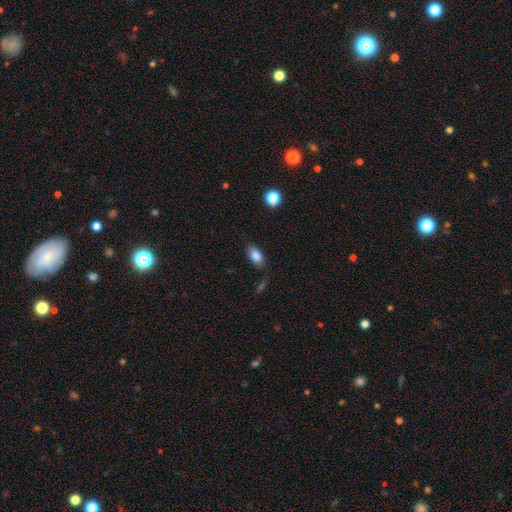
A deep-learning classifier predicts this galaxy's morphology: smooth-or-featured: smooth: 85% | star or artifact: 8% | featured or disk: 7%
  how-rounded: in between: 90% | round: 6% | cigar-shaped: 4%
  merging: none: 81% | minor disturbance: 14% | major disturbance: 3% | merger: 2%